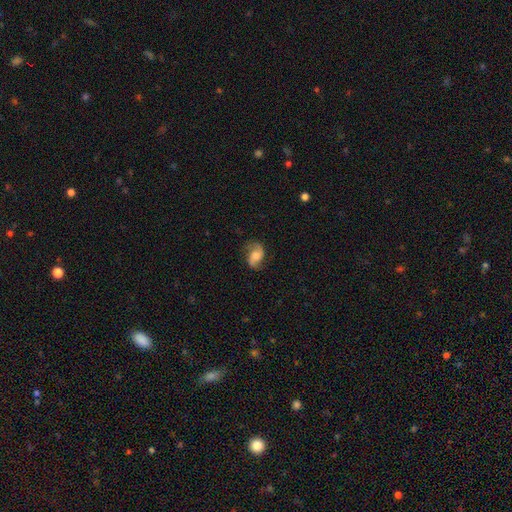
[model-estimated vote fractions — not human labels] This is likely a featured or disk galaxy (66%). It is clearly not viewed edge-on (97%). Bar: possibly no (56%). Spiral arm pattern: clearly yes (94%). Spiral arm count: clearly 2 (89%). Spiral winding: possibly loose (53%). Central bulge: marginally moderate (37%). Merging: likely none (71%).